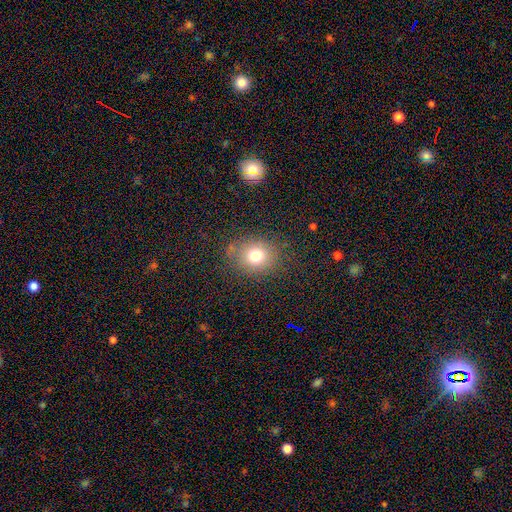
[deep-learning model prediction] A smooth galaxy with no disk features (74%) that is round (67%). Merging: none (81%).